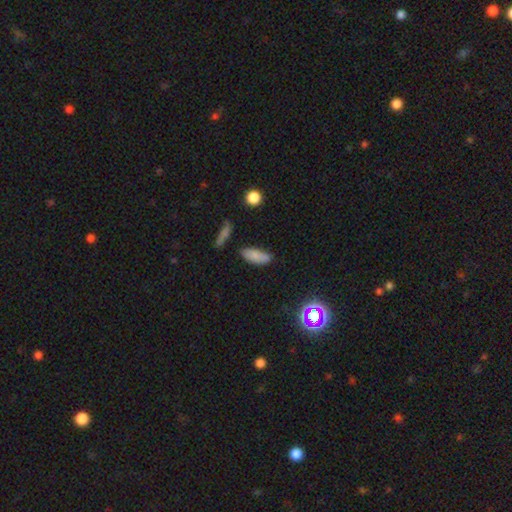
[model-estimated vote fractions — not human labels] Smooth or featured: smooth — 79% (featured or disk — 11%)
How rounded: in between — 79% (cigar-shaped — 19%)
Merging: none — 66% (minor disturbance — 22%)